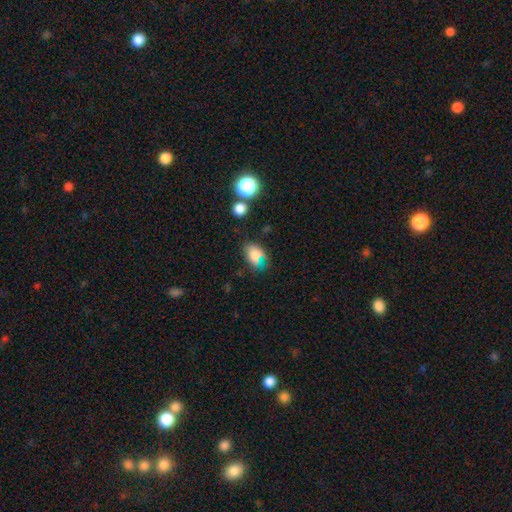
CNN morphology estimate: A smooth galaxy with no disk features (78%) that is in between round and cigar-shaped (78%). Merging: none (63%).